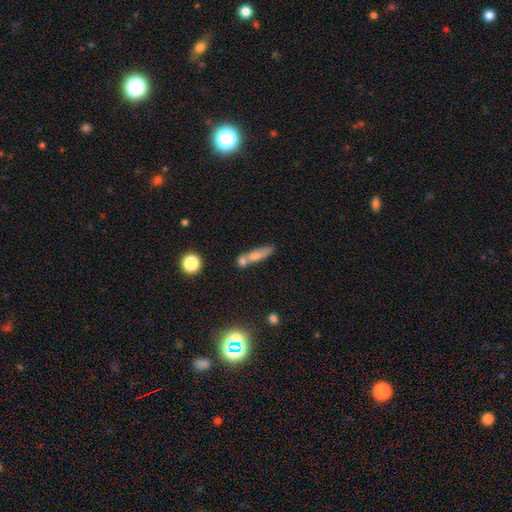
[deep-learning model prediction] smooth-or-featured: smooth: 67% | featured or disk: 23% | star or artifact: 11%
  how-rounded: cigar-shaped: 57% | in between: 36% | round: 6%
  merging: merger: 42% | none: 37% | minor disturbance: 14% | major disturbance: 7%